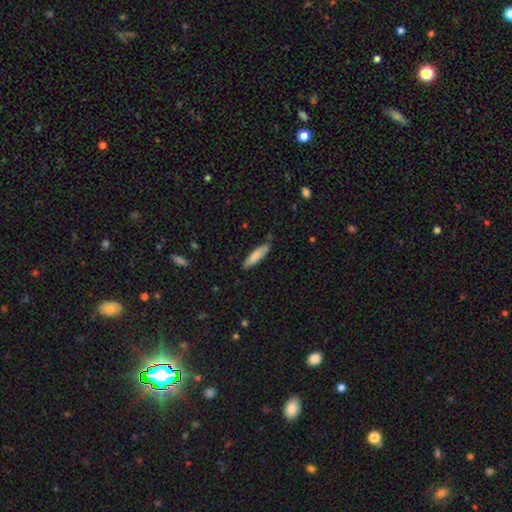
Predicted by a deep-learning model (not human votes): Q: Smooth or featured?
A: smooth (78%); runner-up: featured or disk (16%)
Q: How rounded?
A: cigar-shaped (72%); runner-up: in between (27%)
Q: Merging?
A: none (81%); runner-up: minor disturbance (15%)